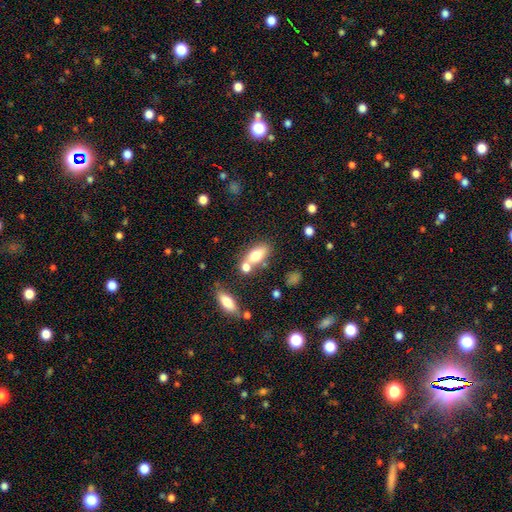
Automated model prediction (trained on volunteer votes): smooth 71%, featured or disk 20%, star or artifact 9%. Down the decision tree: how rounded — in between (78%); merging — none (46%).